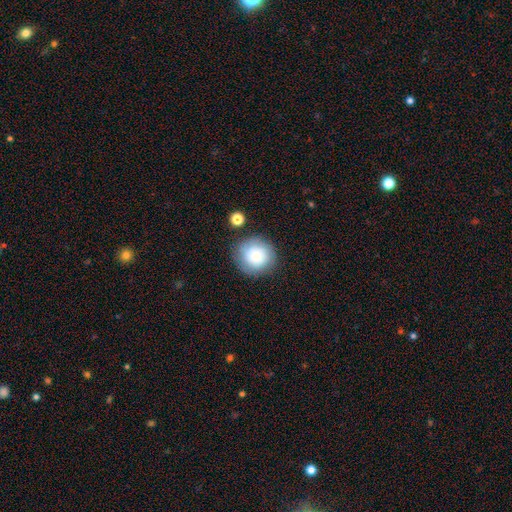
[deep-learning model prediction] A smooth galaxy with no disk features (83%) that is round (91%). Merging: none (77%).